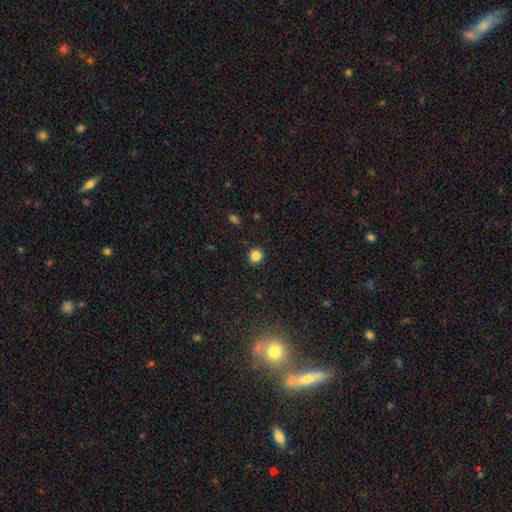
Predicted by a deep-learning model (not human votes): The model was most divided on "smooth or featured": smooth: 84%, star or artifact: 12%, featured or disk: 4%. More confident: how rounded — round (92%); merging — none (91%).